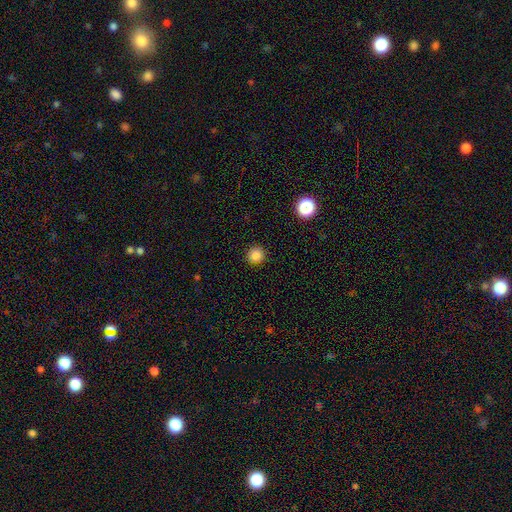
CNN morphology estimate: Smooth or featured: smooth — 85% (star or artifact — 12%)
How rounded: round — 94% (in between — 5%)
Merging: none — 92% (minor disturbance — 5%)